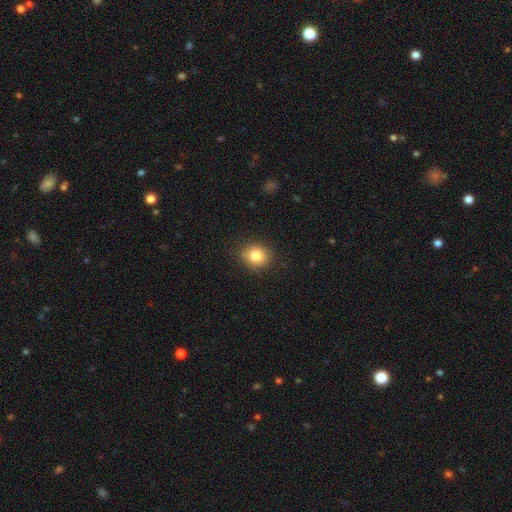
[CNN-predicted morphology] Smooth or featured? Predicted: smooth (p=0.81). How rounded? Predicted: round (p=0.80). Merging? Predicted: none (p=0.85).